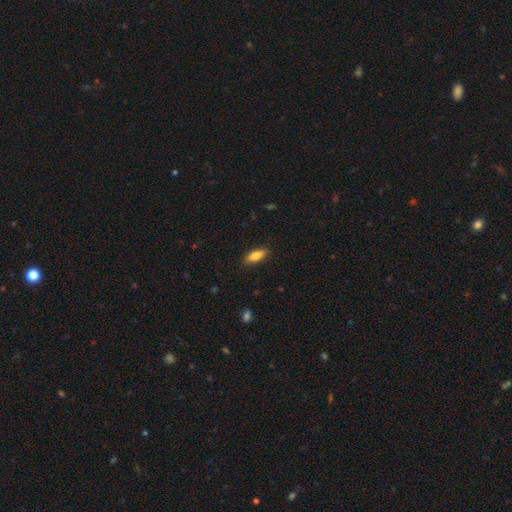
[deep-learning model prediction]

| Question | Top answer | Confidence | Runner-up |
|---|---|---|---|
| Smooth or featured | smooth | 77% | featured or disk (16%) |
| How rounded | in between | 67% | cigar-shaped (30%) |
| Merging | none | 87% | minor disturbance (10%) |